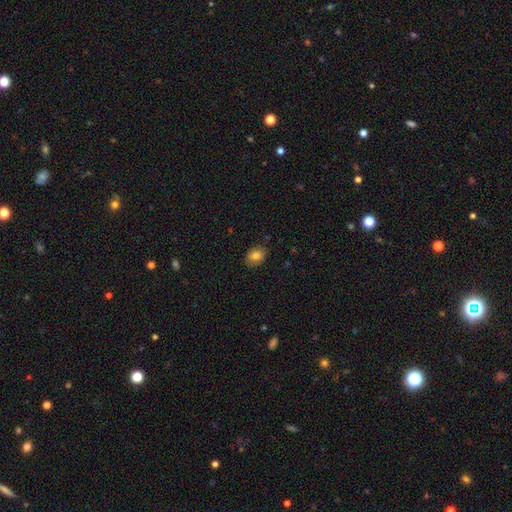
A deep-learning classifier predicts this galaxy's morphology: Smooth or featured? smooth (82%)
How rounded? in between (69%)
Merging? none (82%)